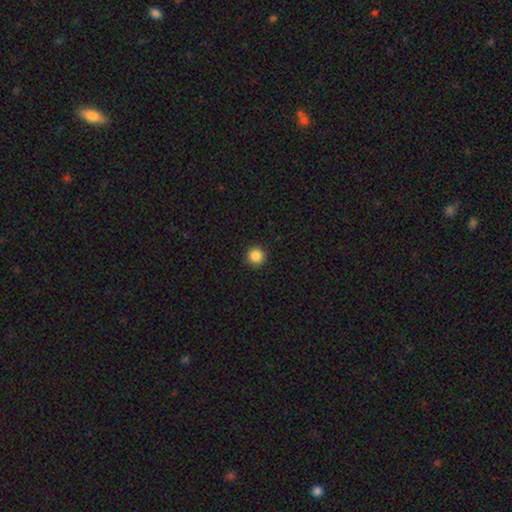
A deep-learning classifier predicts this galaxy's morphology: Smooth or featured?
  - smooth: 87% *
  - star or artifact: 10%
  - featured or disk: 3%
How rounded?
  - round: 96% *
  - in between: 3%
  - cigar-shaped: 1%
Merging?
  - none: 93% *
  - minor disturbance: 5%
  - major disturbance: 2%
  - merger: 1%